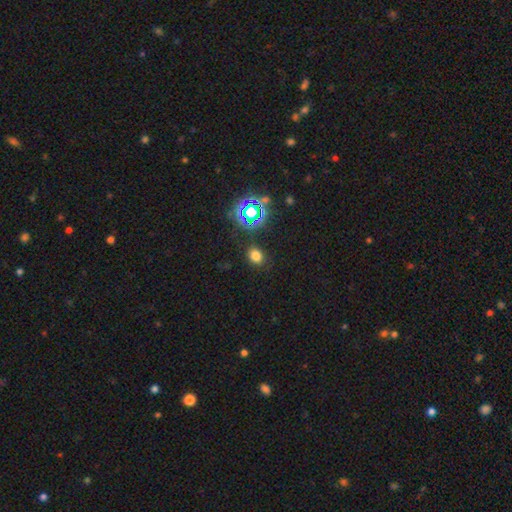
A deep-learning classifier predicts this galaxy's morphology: A smooth galaxy with no disk features (69%) that is in between round and cigar-shaped (53%).

Vote fractions:
- Smooth or featured? smooth: 69% / star or artifact: 25% / featured or disk: 6%
- How rounded? in between: 53% / round: 45% / cigar-shaped: 1%
- Merging? none: 86% / minor disturbance: 9% / major disturbance: 3% / merger: 2%